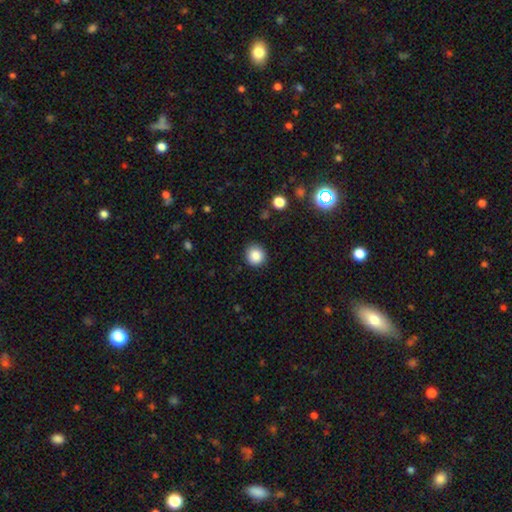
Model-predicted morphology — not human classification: A smooth galaxy with no disk features (86%) that is round (92%).

Vote fractions:
- Smooth or featured? smooth: 86% / star or artifact: 10% / featured or disk: 4%
- How rounded? round: 92% / in between: 8% / cigar-shaped: 1%
- Merging? none: 90% / minor disturbance: 7% / major disturbance: 2% / merger: 1%